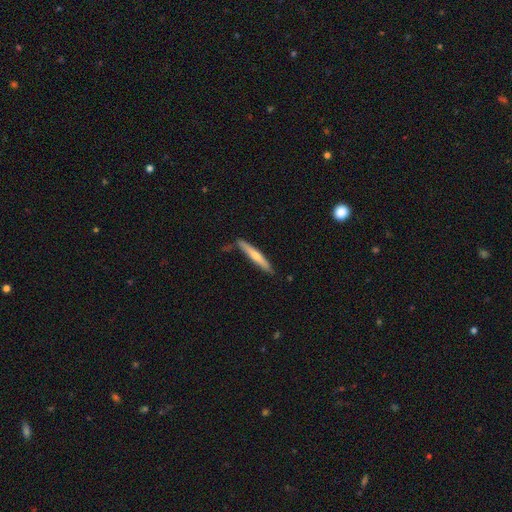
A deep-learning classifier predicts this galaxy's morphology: This is possibly a smooth galaxy (57%). How rounded: clearly cigar-shaped (94%). Merging: clearly none (81%).